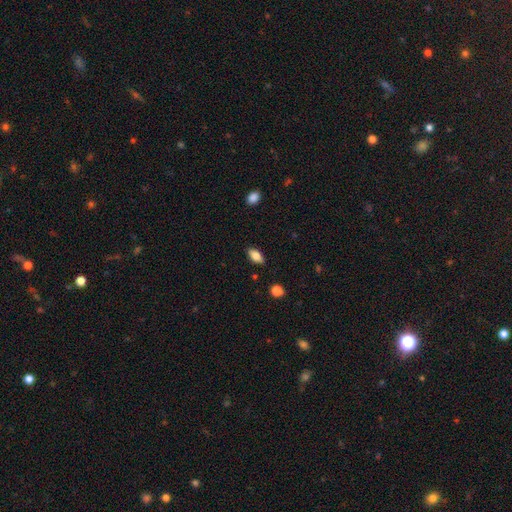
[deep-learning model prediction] A smooth galaxy with no disk features (76%) that is in between round and cigar-shaped (88%). Merging: none (87%).